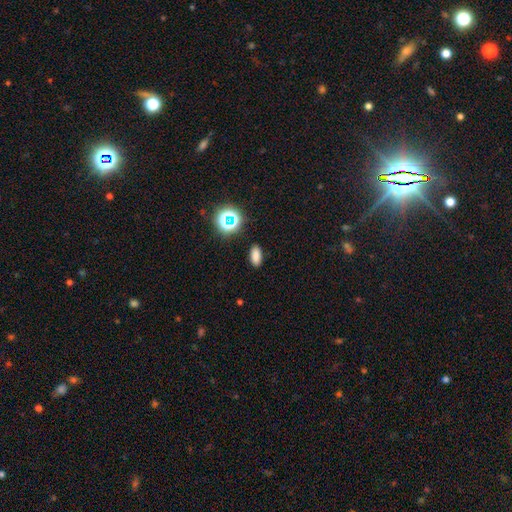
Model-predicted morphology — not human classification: This is likely a smooth galaxy (79%). How rounded: clearly in between (85%). Merging: clearly none (89%).